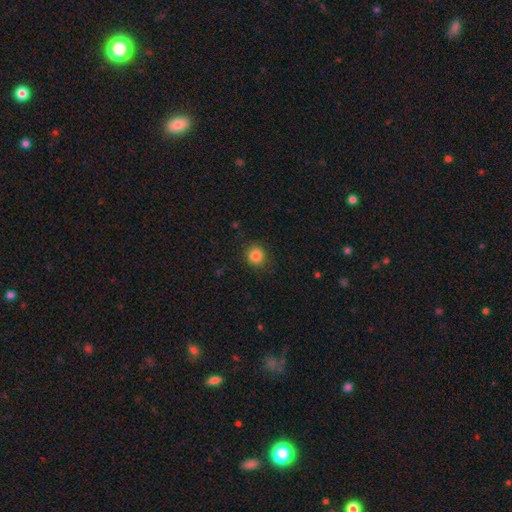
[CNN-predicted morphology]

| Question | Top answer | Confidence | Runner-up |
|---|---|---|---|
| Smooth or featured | smooth | 85% | star or artifact (11%) |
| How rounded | round | 84% | in between (15%) |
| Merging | none | 84% | minor disturbance (12%) |